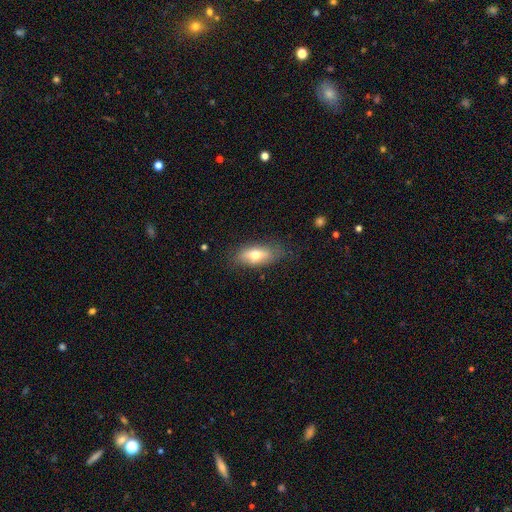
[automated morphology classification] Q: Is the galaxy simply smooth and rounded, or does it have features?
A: smooth — 66%.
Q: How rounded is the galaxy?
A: in between — 82%.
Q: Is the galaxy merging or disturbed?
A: none — 75%.